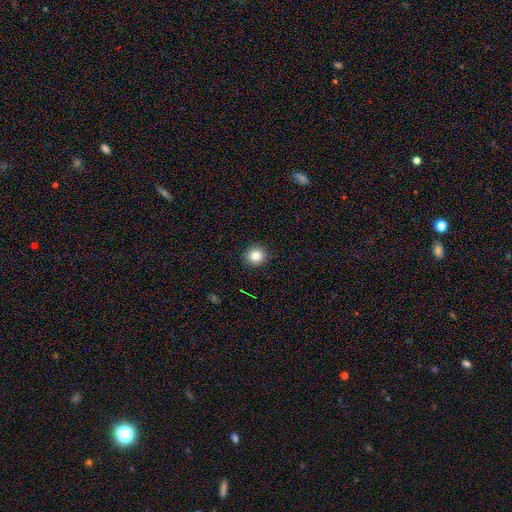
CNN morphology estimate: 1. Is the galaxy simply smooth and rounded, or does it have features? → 84% smooth, 10% star or artifact, 5% featured or disk.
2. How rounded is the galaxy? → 90% round, 9% in between, 1% cigar-shaped.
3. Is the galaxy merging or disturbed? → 91% none, 6% minor disturbance, 2% major disturbance, 1% merger.